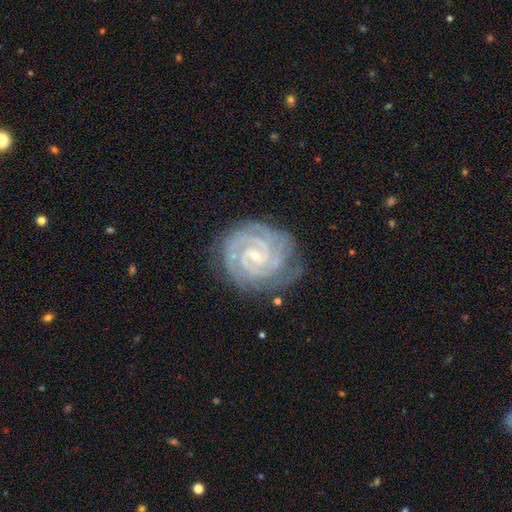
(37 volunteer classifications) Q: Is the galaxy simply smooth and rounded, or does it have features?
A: featured or disk — 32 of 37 (86%).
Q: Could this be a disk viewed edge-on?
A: no — 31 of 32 (97%).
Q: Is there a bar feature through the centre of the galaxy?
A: weak — 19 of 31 (61%).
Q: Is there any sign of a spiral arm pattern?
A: yes — 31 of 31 (100%).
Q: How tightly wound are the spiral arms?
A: tight — 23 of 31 (74%).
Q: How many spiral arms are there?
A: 2 — 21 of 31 (68%).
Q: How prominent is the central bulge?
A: small — 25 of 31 (81%).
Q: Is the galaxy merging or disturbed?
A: none — 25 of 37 (68%).